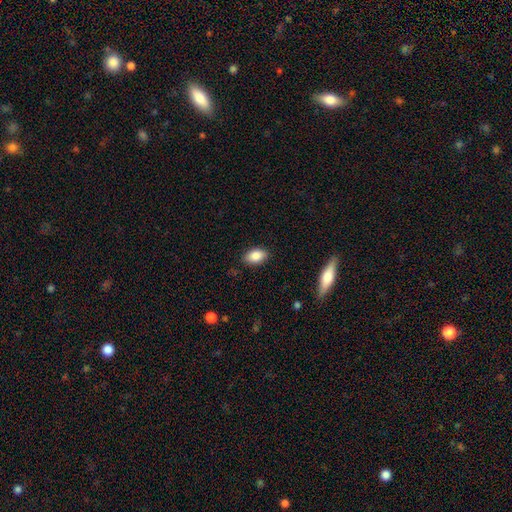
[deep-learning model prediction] A smooth galaxy with no disk features (86%) that is in between round and cigar-shaped (91%).

Vote fractions:
- Smooth or featured? smooth: 86% / star or artifact: 7% / featured or disk: 7%
- How rounded? in between: 91% / round: 7% / cigar-shaped: 3%
- Merging? none: 87% / minor disturbance: 10% / major disturbance: 2% / merger: 1%